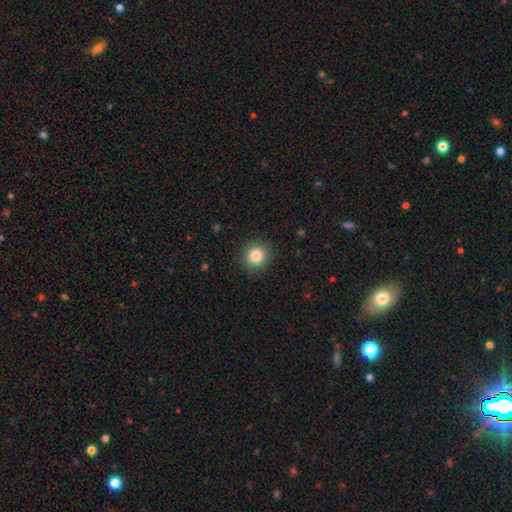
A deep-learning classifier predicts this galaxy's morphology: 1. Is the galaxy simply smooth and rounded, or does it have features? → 85% smooth, 10% star or artifact, 5% featured or disk.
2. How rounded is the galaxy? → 92% round, 7% in between, 1% cigar-shaped.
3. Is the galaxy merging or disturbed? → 89% none, 7% minor disturbance, 2% major disturbance, 1% merger.